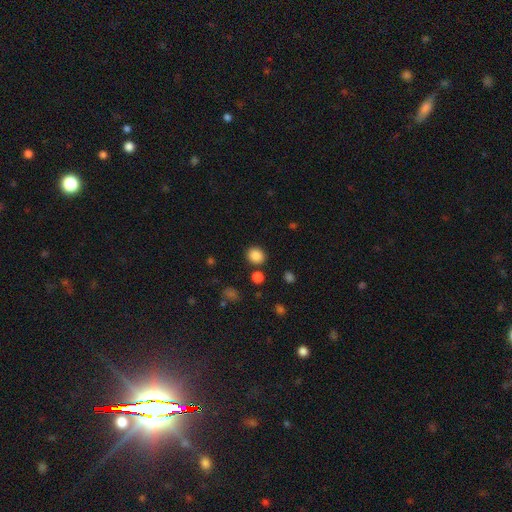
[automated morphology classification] smooth 85%, star or artifact 10%, featured or disk 4%. Down the decision tree: how rounded — round (76%); merging — none (85%).